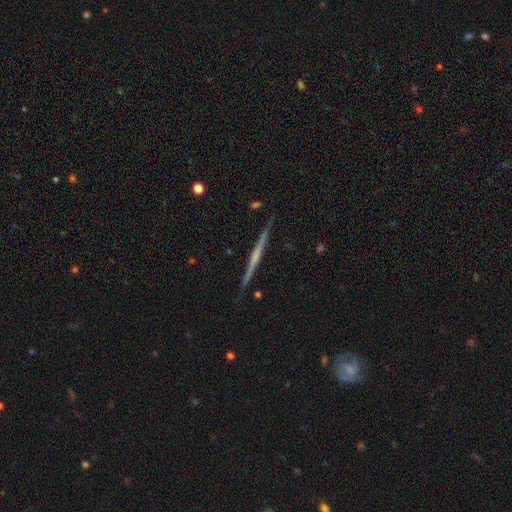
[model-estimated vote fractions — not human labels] The model was most divided on "edge-on bulge": none: 61%, rounded: 28%, boxy: 11%. More confident: edge-on disk — yes (98%); merging — none (90%); smooth or featured — featured or disk (72%).